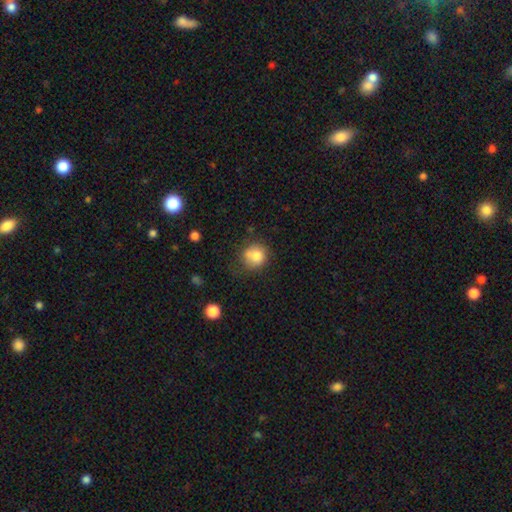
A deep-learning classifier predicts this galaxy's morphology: The model was most divided on "merging": none: 60%, minor disturbance: 22%, merger: 11%, major disturbance: 7%. More confident: how rounded — round (85%); smooth or featured — smooth (79%).